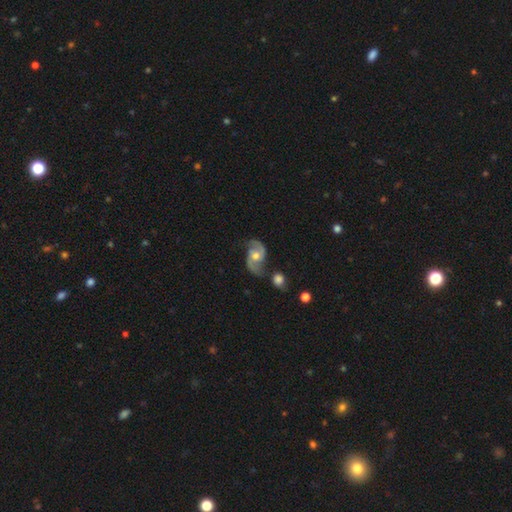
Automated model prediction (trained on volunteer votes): Smooth or featured? Predicted: featured or disk (p=0.86). Edge-on disk? Predicted: no (p=0.97). Bar? Predicted: no (p=0.57). Spiral arms? Predicted: yes (p=0.95). Spiral winding? Predicted: loose (p=0.45). Spiral arm count? Predicted: 2 (p=0.93). Bulge size? Predicted: moderate (p=0.72). Merging? Predicted: none (p=0.65).